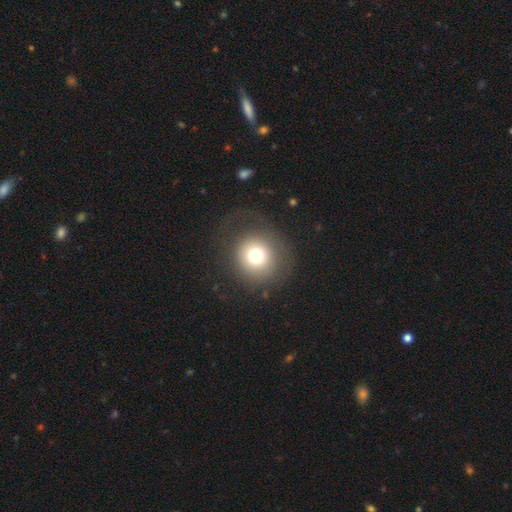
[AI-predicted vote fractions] Overall: smooth (71%). How rounded: round (92%). Merging: none (68%).